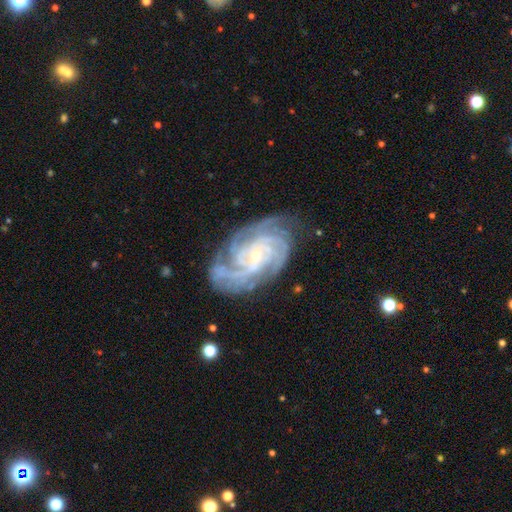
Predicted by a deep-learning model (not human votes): smooth_or_featured: featured or disk (p=0.91) [alt: star or artifact p=0.05]
disk_edge_on: no (p=0.97) [alt: yes p=0.03]
bar: no (p=0.63) [alt: weak p=0.27]
has_spiral_arms: yes (p=0.98) [alt: no p=0.02]
spiral_winding: tight (p=0.71) [alt: medium p=0.26]
spiral_arm_count: 4 (p=0.37) [alt: 3 p=0.21]
bulge_size: small (p=0.79) [alt: moderate p=0.17]
merging: none (p=0.74) [alt: minor disturbance p=0.18]